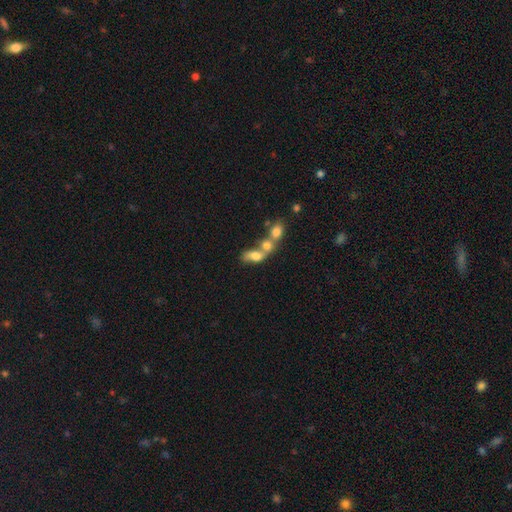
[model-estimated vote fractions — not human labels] A smooth galaxy with no disk features (65%) that is in between round and cigar-shaped (71%).

Vote fractions:
- Smooth or featured? smooth: 65% / featured or disk: 24% / star or artifact: 11%
- How rounded? in between: 71% / round: 22% / cigar-shaped: 7%
- Merging? merger: 73% / none: 15% / major disturbance: 6% / minor disturbance: 6%